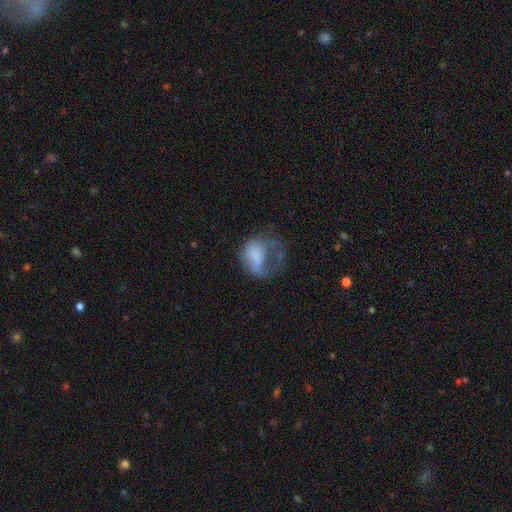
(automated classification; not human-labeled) A smooth galaxy with no disk features (56%) that is in between round and cigar-shaped (60%).

Vote fractions:
- Smooth or featured? smooth: 56% / featured or disk: 34% / star or artifact: 10%
- How rounded? in between: 60% / round: 38% / cigar-shaped: 2%
- Merging? major disturbance: 59% / none: 19% / minor disturbance: 18% / merger: 4%